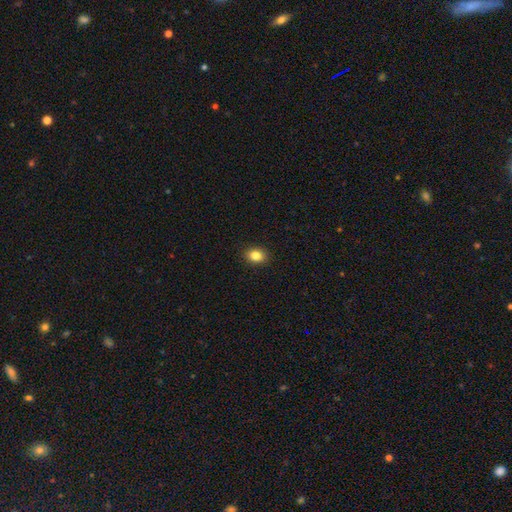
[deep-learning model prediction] A smooth galaxy with no disk features (85%) that is in between round and cigar-shaped (57%).

Vote fractions:
- Smooth or featured? smooth: 85% / star or artifact: 10% / featured or disk: 5%
- How rounded? in between: 57% / round: 42% / cigar-shaped: 1%
- Merging? none: 91% / minor disturbance: 6% / major disturbance: 2% / merger: 1%